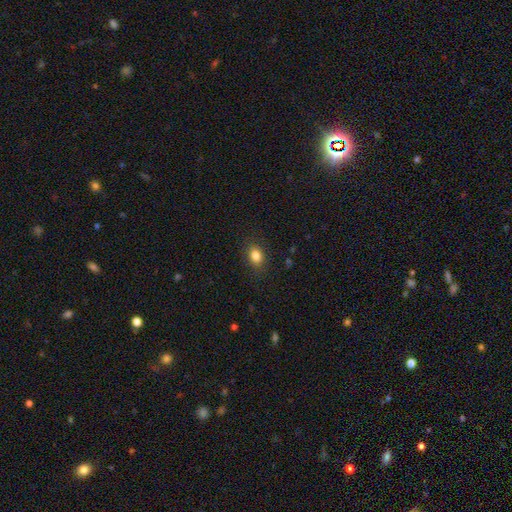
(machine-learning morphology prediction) smooth_or_featured: smooth (p=0.84) [alt: star or artifact p=0.10]
how_rounded: in between (p=0.66) [alt: round p=0.33]
merging: none (p=0.86) [alt: minor disturbance p=0.10]